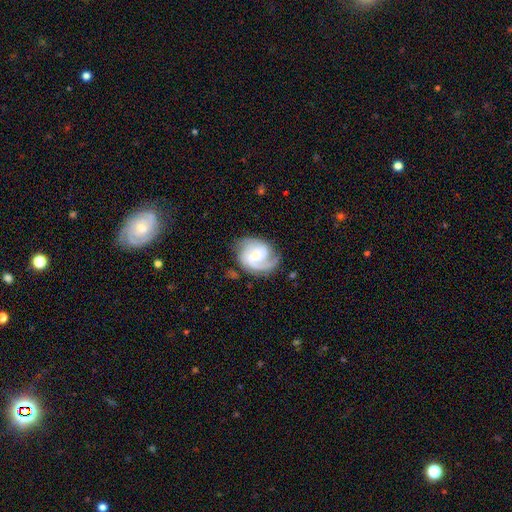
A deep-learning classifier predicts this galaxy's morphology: Overall: featured or disk (85%). Edge-on disk: no (98%). Bar: weak (56%; no 26%). Spiral arms: yes (97%). Spiral arm count: 2 (58%). Spiral winding: medium (45%; tight 42%). Bulge size: small (59%; moderate 31%). Merging: none (69%).